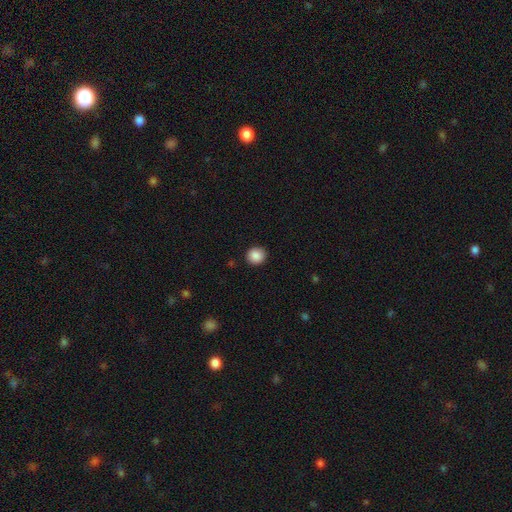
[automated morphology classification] Smooth or featured?
  - smooth: 88% *
  - star or artifact: 8%
  - featured or disk: 3%
How rounded?
  - round: 86% *
  - in between: 13%
  - cigar-shaped: 1%
Merging?
  - none: 91% *
  - minor disturbance: 6%
  - major disturbance: 2%
  - merger: 1%